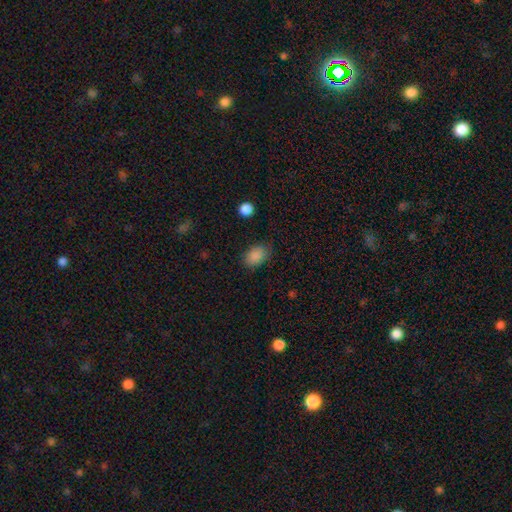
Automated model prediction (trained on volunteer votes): Smooth or featured?
  - smooth: 87% *
  - star or artifact: 9%
  - featured or disk: 4%
How rounded?
  - in between: 82% *
  - round: 17%
  - cigar-shaped: 1%
Merging?
  - none: 77% *
  - minor disturbance: 17%
  - major disturbance: 4%
  - merger: 1%